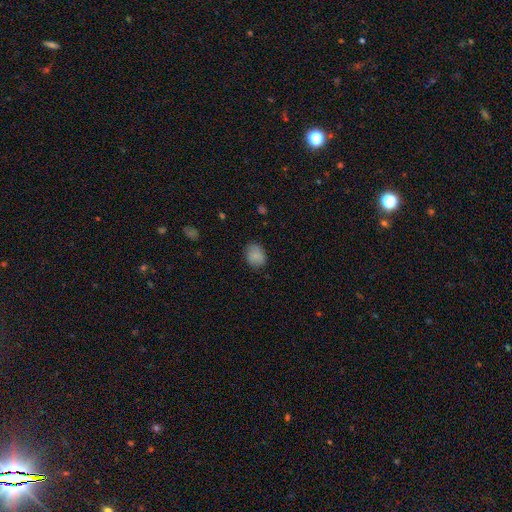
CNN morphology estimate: A smooth galaxy with no disk features (83%) that is in between round and cigar-shaped (50%).

Vote fractions:
- Smooth or featured? smooth: 83% / star or artifact: 10% / featured or disk: 7%
- How rounded? in between: 50% / round: 49% / cigar-shaped: 1%
- Merging? none: 78% / minor disturbance: 17% / major disturbance: 4% / merger: 1%